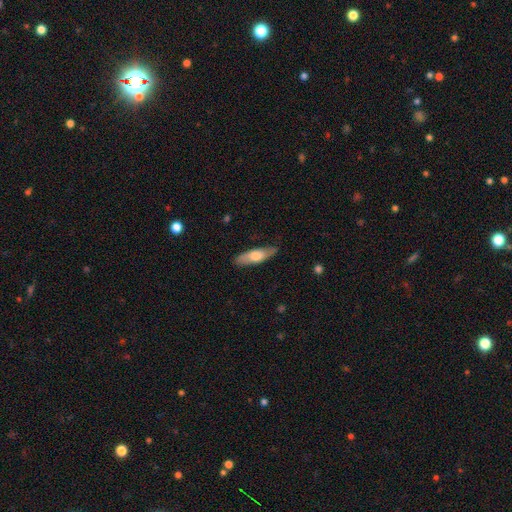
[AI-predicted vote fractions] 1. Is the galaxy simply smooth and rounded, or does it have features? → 62% smooth, 32% featured or disk, 5% star or artifact.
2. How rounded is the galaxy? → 55% cigar-shaped, 43% in between, 2% round.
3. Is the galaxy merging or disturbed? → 84% none, 13% minor disturbance, 2% major disturbance, 1% merger.